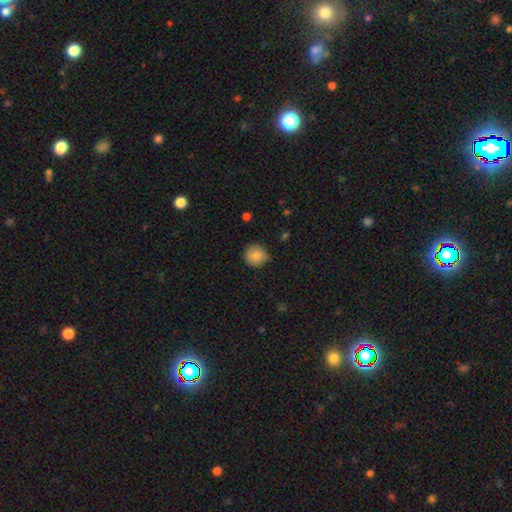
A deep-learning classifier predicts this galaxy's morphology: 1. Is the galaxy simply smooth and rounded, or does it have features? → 86% smooth, 8% star or artifact, 6% featured or disk.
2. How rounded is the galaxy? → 89% round, 10% in between, 1% cigar-shaped.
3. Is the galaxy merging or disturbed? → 82% none, 14% minor disturbance, 3% major disturbance, 1% merger.